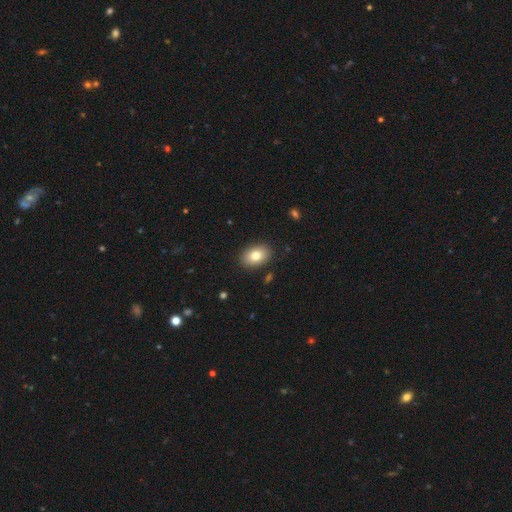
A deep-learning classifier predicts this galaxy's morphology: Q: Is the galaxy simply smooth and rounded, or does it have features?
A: smooth — 80%.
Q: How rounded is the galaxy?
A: in between — 83%.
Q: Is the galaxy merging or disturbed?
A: none — 88%.